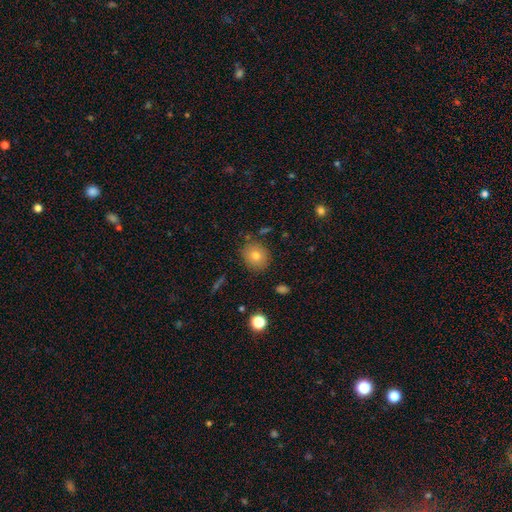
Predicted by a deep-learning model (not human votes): This is likely a smooth galaxy (76%). How rounded: likely round (73%). Merging: clearly none (84%).